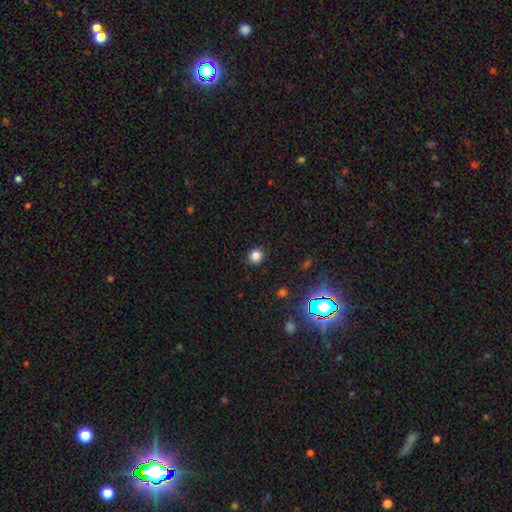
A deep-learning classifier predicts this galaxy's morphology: A smooth galaxy with no disk features (81%) that is round (87%).

Vote fractions:
- Smooth or featured? smooth: 81% / star or artifact: 15% / featured or disk: 5%
- How rounded? round: 87% / in between: 12% / cigar-shaped: 1%
- Merging? none: 90% / minor disturbance: 7% / major disturbance: 2% / merger: 1%